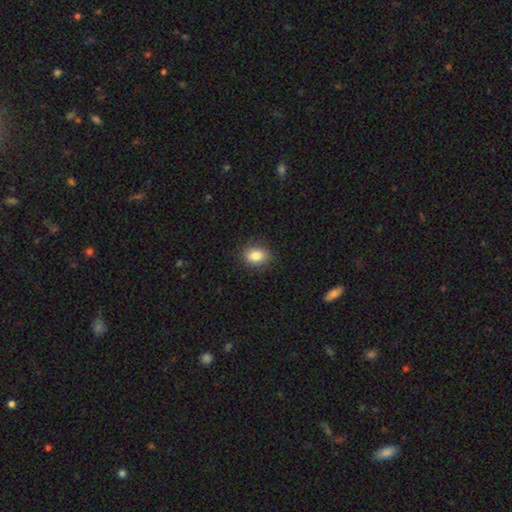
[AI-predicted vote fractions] Smooth or featured?
  - smooth: 83% *
  - star or artifact: 9%
  - featured or disk: 7%
How rounded?
  - in between: 56% *
  - round: 43%
  - cigar-shaped: 1%
Merging?
  - none: 88% *
  - minor disturbance: 9%
  - major disturbance: 2%
  - merger: 1%